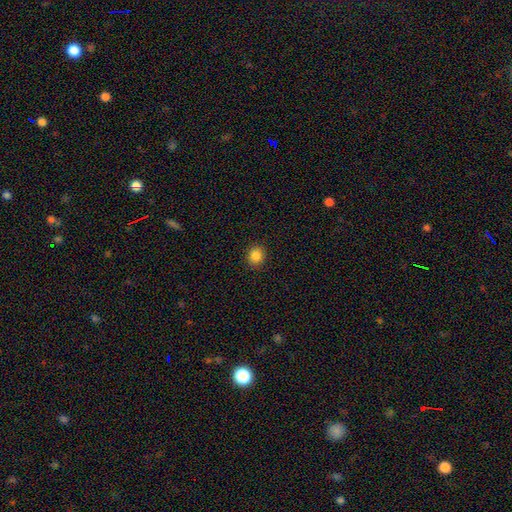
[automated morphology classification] type=smooth (85%); roundness=round (83%); merging=none (91%).